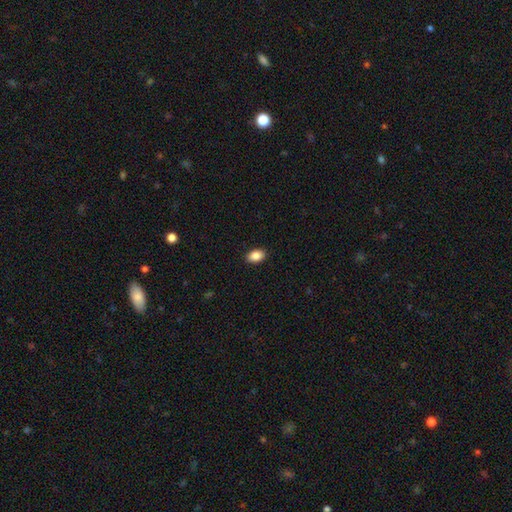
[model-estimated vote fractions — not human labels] Morphology: type=smooth (88%); roundness=in between (87%); merging=none (90%).